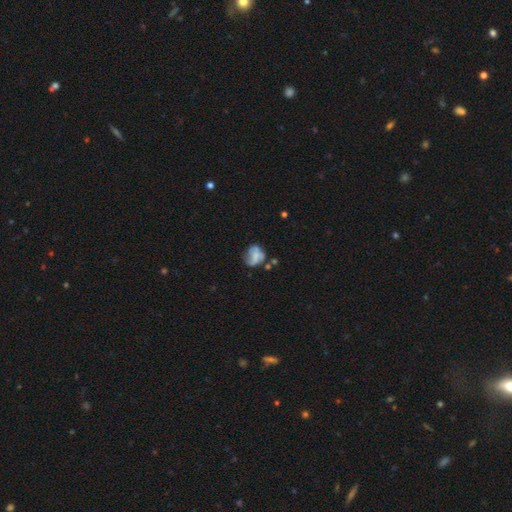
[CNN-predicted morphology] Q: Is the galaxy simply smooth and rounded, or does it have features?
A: smooth — 46%.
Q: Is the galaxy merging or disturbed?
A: none — 46%.